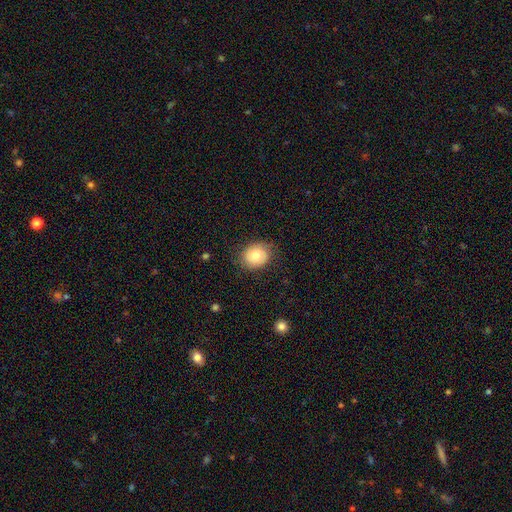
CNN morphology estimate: Q: Smooth or featured?
A: smooth (66%); runner-up: featured or disk (26%)
Q: How rounded?
A: round (66%); runner-up: in between (33%)
Q: Merging?
A: none (77%); runner-up: minor disturbance (17%)